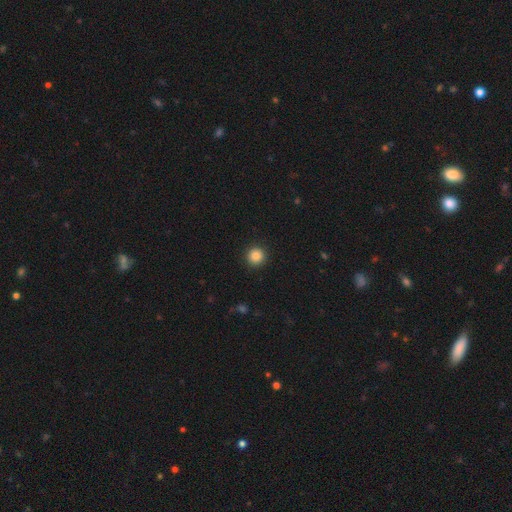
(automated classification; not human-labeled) The model was most divided on "smooth or featured": smooth: 86%, star or artifact: 10%, featured or disk: 3%. More confident: how rounded — round (95%); merging — none (92%).